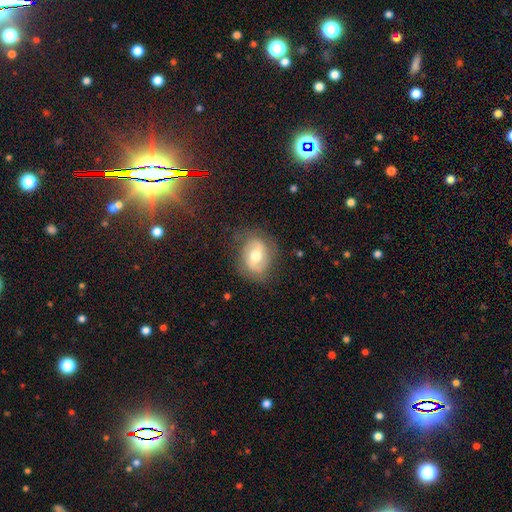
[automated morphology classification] smooth-or-featured: featured or disk: 59% | smooth: 34% | star or artifact: 8%
  disk-edge-on: no: 96% | yes: 4%
    bar: weak: 44% | no: 34% | strong: 22%
    has-spiral-arms: yes: 76% | no: 24%
    bulge-size: moderate: 73% | small: 14% | large: 11% | none: 1% | dominant: 1%
  merging: none: 73% | minor disturbance: 18% | major disturbance: 8% | merger: 1%